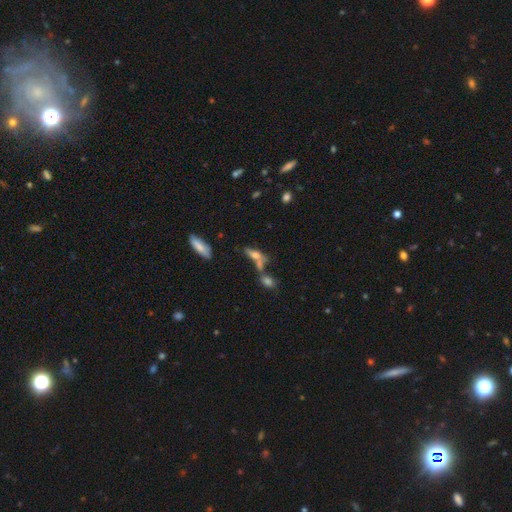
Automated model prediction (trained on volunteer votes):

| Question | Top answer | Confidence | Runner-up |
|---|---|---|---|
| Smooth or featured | smooth | 52% | featured or disk (34%) |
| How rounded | in between | 49% | cigar-shaped (45%) |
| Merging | none | 39% | merger (37%) |